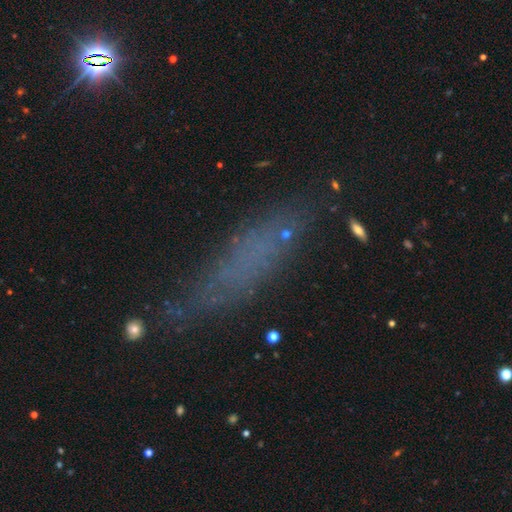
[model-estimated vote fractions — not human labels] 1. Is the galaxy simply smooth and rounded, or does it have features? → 53% smooth, 24% featured or disk, 23% star or artifact.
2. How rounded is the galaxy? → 69% cigar-shaped, 28% in between, 3% round.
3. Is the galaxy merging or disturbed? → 64% none, 22% minor disturbance, 11% major disturbance, 4% merger.